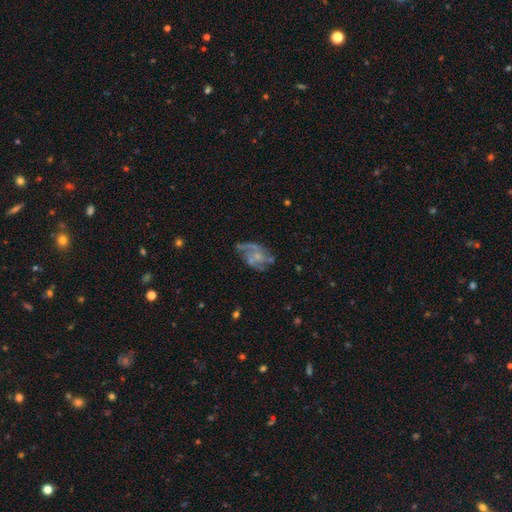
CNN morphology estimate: A featured or disk galaxy (72%) with no bar (76%), spiral arms (71%) and a small central bulge (54%). Merging: none (46%).